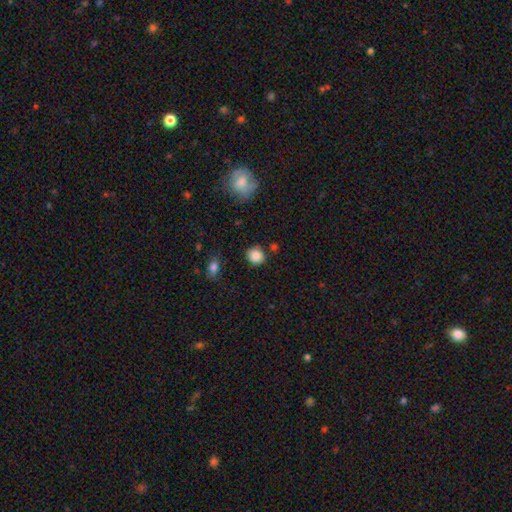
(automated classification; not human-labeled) This is clearly a smooth galaxy (87%). How rounded: clearly round (85%). Merging: clearly none (80%).